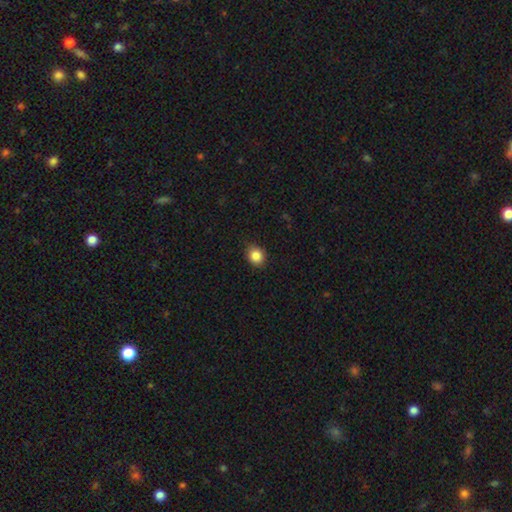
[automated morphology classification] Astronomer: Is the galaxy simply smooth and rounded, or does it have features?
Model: smooth — 86%.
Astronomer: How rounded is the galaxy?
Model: round — 69%.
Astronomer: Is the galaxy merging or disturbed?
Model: none — 86%.